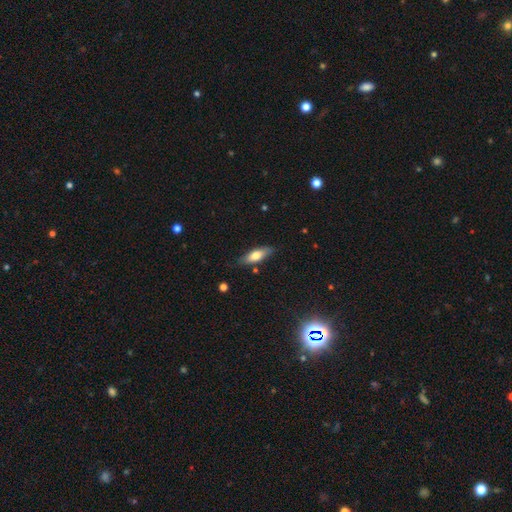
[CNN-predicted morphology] type=smooth (67%); roundness=in between (60%); merging=none (81%).